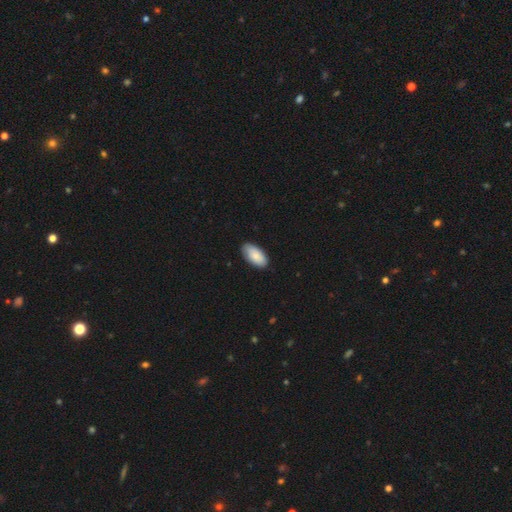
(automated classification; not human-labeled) This appears to be a smooth galaxy with no disk features (83%) that is in between round and cigar-shaped (95%). Merging: none (85%).